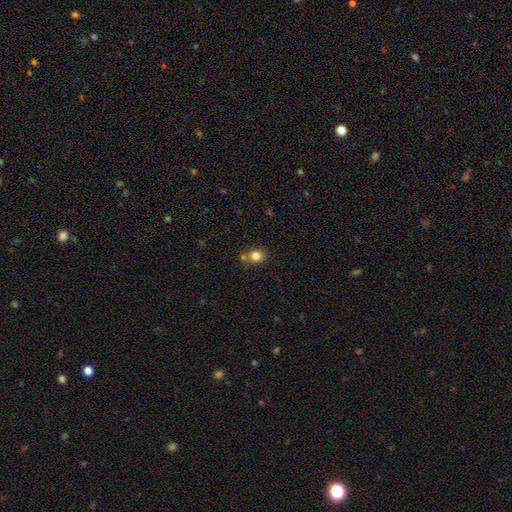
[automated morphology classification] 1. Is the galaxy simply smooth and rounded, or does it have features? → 82% smooth, 12% star or artifact, 6% featured or disk.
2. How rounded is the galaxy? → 76% round, 23% in between, 1% cigar-shaped.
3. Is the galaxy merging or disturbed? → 66% none, 20% merger, 11% minor disturbance, 3% major disturbance.